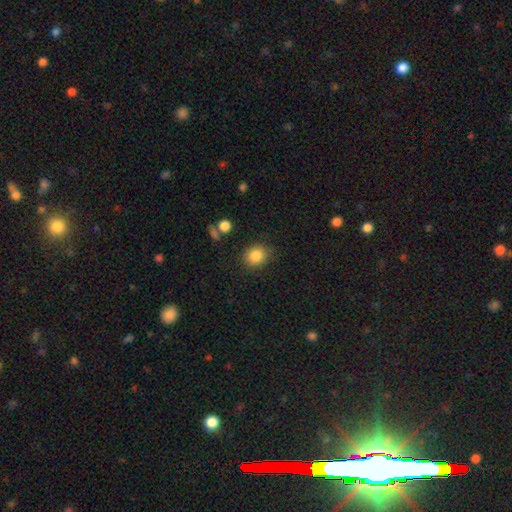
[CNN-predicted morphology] smooth_or_featured: smooth (p=0.84) [alt: star or artifact p=0.10]
how_rounded: round (p=0.69) [alt: in between p=0.31]
merging: none (p=0.84) [alt: minor disturbance p=0.11]